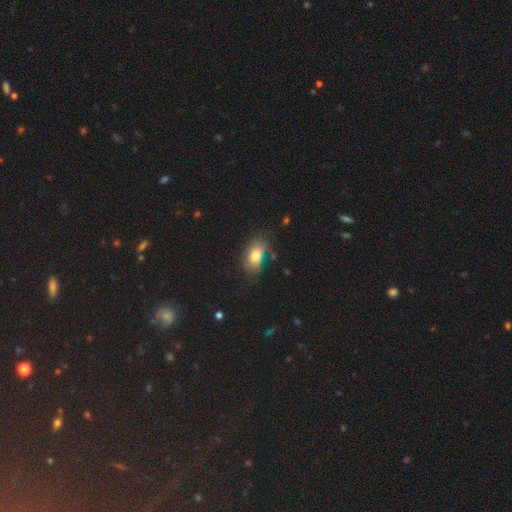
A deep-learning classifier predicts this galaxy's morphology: smooth-or-featured: smooth: 79% | featured or disk: 12% | star or artifact: 9%
  how-rounded: in between: 88% | round: 9% | cigar-shaped: 2%
  merging: none: 60% | minor disturbance: 26% | major disturbance: 9% | merger: 5%